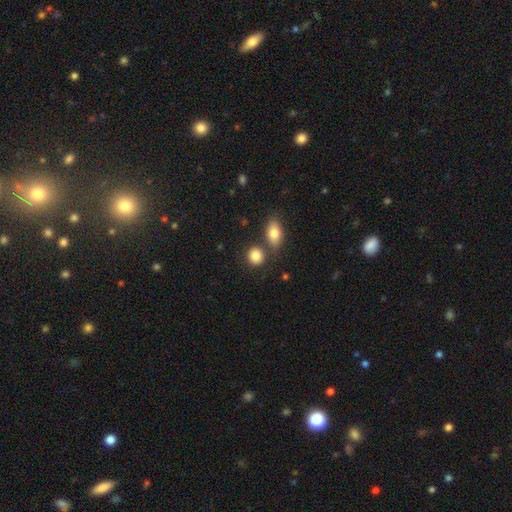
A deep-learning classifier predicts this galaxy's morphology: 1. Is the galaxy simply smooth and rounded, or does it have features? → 85% smooth, 8% star or artifact, 7% featured or disk.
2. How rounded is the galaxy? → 75% round, 24% in between, 2% cigar-shaped.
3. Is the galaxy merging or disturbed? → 70% none, 17% merger, 10% minor disturbance, 3% major disturbance.